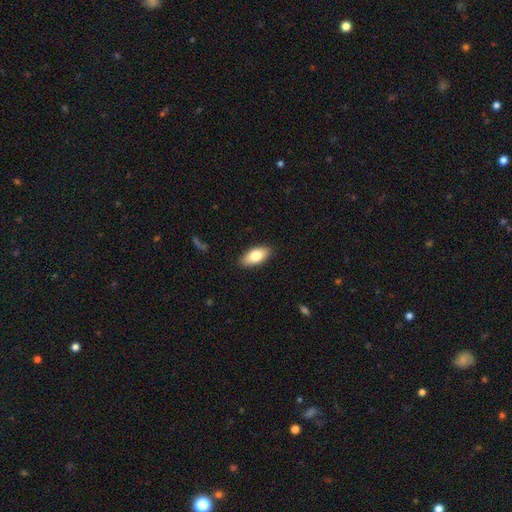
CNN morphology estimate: Smooth or featured: smooth — 77% (featured or disk — 17%)
How rounded: in between — 89% (cigar-shaped — 8%)
Merging: none — 89% (minor disturbance — 8%)